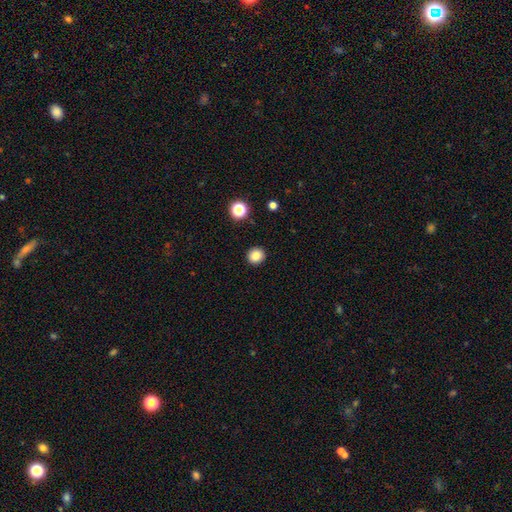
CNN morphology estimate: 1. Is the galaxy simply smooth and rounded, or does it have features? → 85% smooth, 11% star or artifact, 4% featured or disk.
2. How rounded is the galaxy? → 91% round, 9% in between, 1% cigar-shaped.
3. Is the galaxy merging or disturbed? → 92% none, 5% minor disturbance, 2% major disturbance, 1% merger.